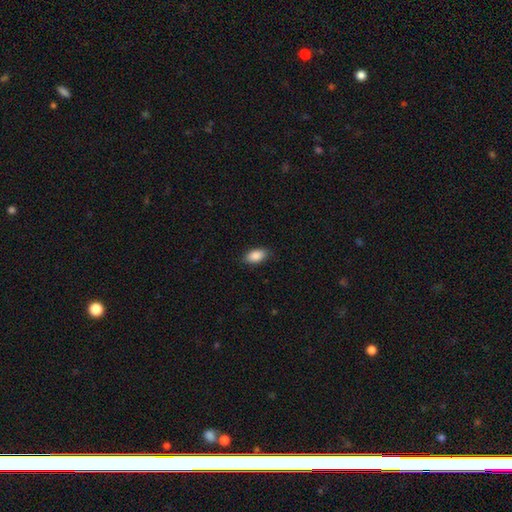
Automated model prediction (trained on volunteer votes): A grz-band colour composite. It shows a smooth galaxy with no disk features (89%) that is in between round and cigar-shaped (92%). Merging: none (86%).